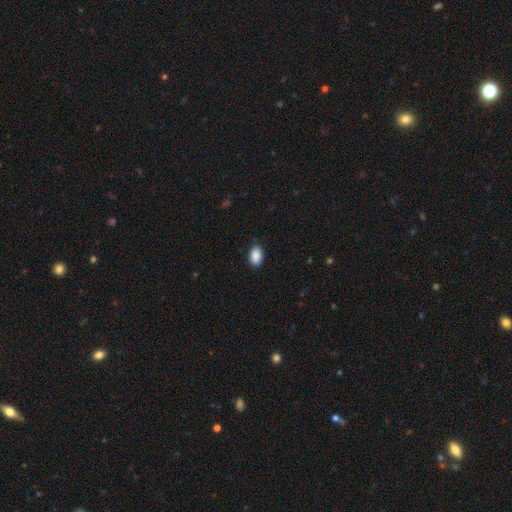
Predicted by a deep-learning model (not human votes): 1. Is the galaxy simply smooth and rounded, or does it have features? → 90% smooth, 7% star or artifact, 3% featured or disk.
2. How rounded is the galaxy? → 87% in between, 12% round, 1% cigar-shaped.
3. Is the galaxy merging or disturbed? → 84% none, 12% minor disturbance, 2% major disturbance, 1% merger.